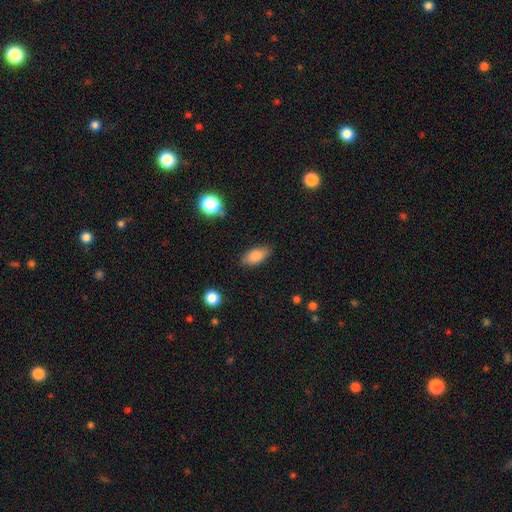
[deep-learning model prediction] This is clearly a smooth galaxy (82%). How rounded: clearly in between (88%). Merging: clearly none (83%).